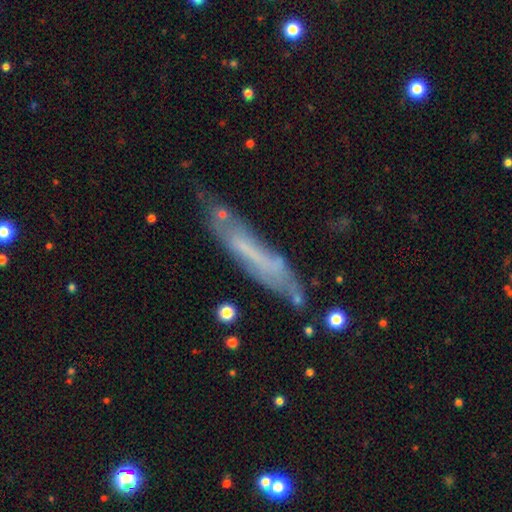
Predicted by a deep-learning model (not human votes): A featured or disk galaxy (52%) viewed edge-on (58%). Merging: none (59%).